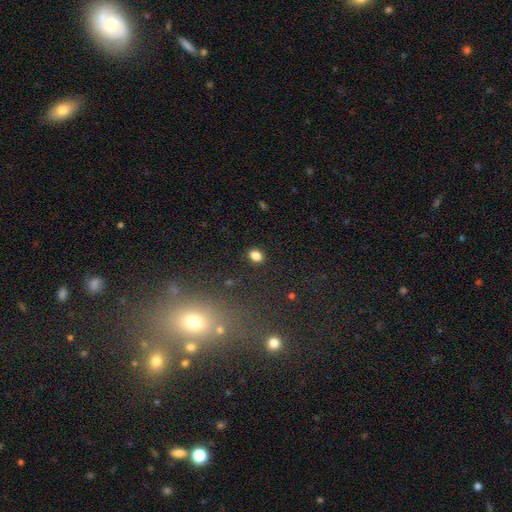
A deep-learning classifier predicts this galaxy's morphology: smooth_or_featured: smooth (p=0.83) [alt: star or artifact p=0.12]
how_rounded: in between (p=0.62) [alt: round p=0.37]
merging: none (p=0.88) [alt: minor disturbance p=0.08]